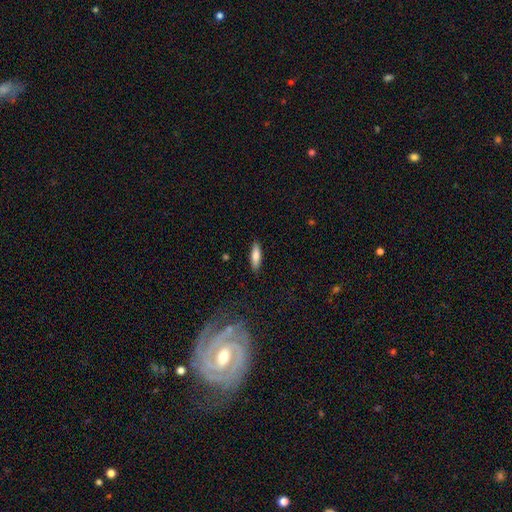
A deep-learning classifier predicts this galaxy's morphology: The model was most divided on "how rounded": cigar-shaped: 55%, in between: 43%, round: 2%. More confident: merging — none (88%); smooth or featured — smooth (75%).